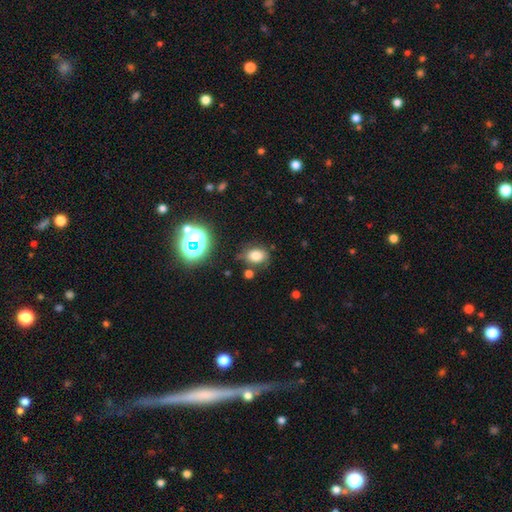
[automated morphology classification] The model was most divided on "how rounded": in between: 68%, round: 30%, cigar-shaped: 1%. More confident: smooth or featured — smooth (74%); merging — none (72%).